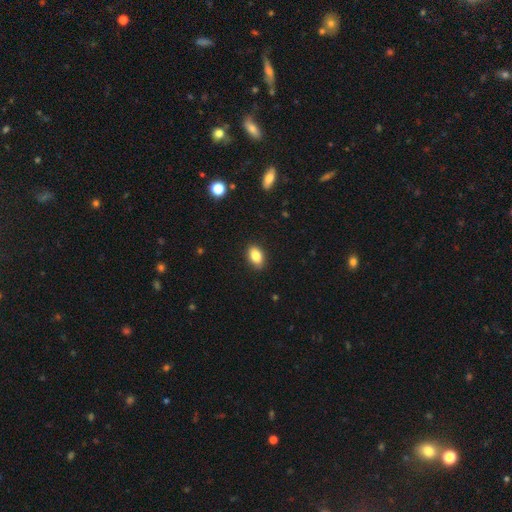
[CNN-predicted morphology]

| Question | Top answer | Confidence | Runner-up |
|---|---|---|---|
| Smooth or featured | smooth | 85% | star or artifact (8%) |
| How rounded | in between | 89% | round (9%) |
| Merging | none | 88% | minor disturbance (9%) |